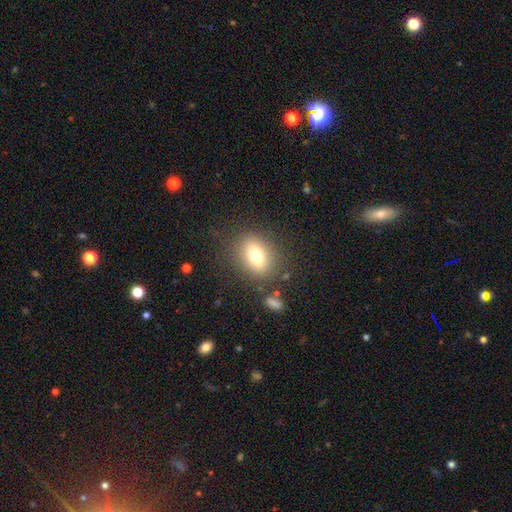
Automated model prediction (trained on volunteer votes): Smooth or featured?
  - smooth: 73% *
  - featured or disk: 15%
  - star or artifact: 12%
How rounded?
  - in between: 59% *
  - round: 39%
  - cigar-shaped: 2%
Merging?
  - none: 81% *
  - minor disturbance: 10%
  - major disturbance: 5%
  - merger: 3%